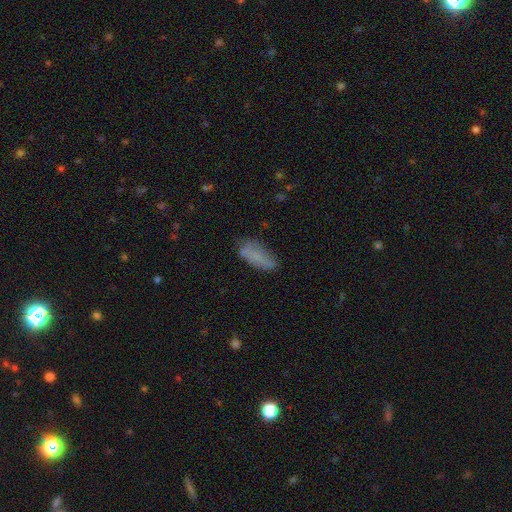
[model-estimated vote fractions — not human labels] A smooth galaxy with no disk features (75%) that is in between round and cigar-shaped (75%). Merging: none (61%).